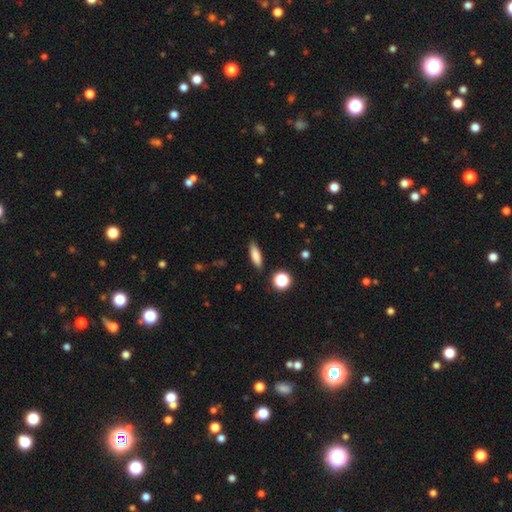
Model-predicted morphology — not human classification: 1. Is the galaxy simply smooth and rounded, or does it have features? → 79% smooth, 12% featured or disk, 9% star or artifact.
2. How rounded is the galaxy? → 54% cigar-shaped, 42% in between, 4% round.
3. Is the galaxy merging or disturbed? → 87% none, 9% minor disturbance, 2% major disturbance, 2% merger.